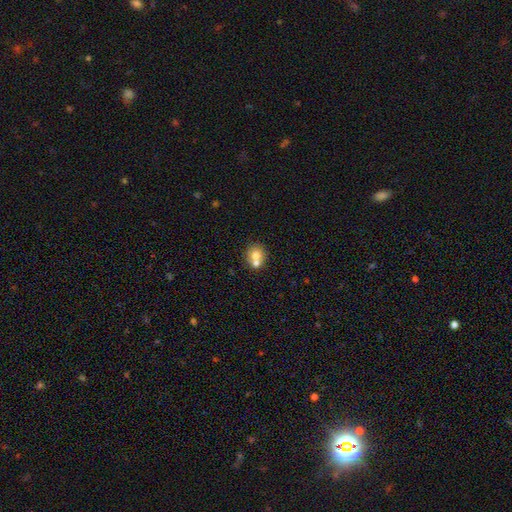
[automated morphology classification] Smooth or featured?
  - smooth: 70% *
  - featured or disk: 20%
  - star or artifact: 11%
How rounded?
  - round: 82% *
  - in between: 17%
  - cigar-shaped: 1%
Merging?
  - none: 47% *
  - merger: 43%
  - minor disturbance: 7%
  - major disturbance: 3%